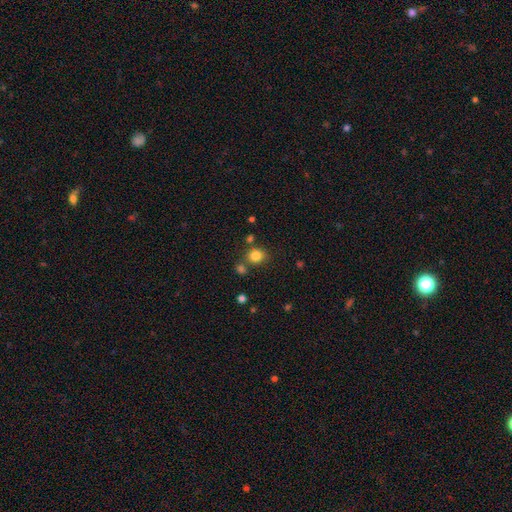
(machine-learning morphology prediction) Q: Smooth or featured?
A: smooth (82%); runner-up: star or artifact (12%)
Q: How rounded?
A: round (76%); runner-up: in between (23%)
Q: Merging?
A: none (73%); runner-up: merger (13%)